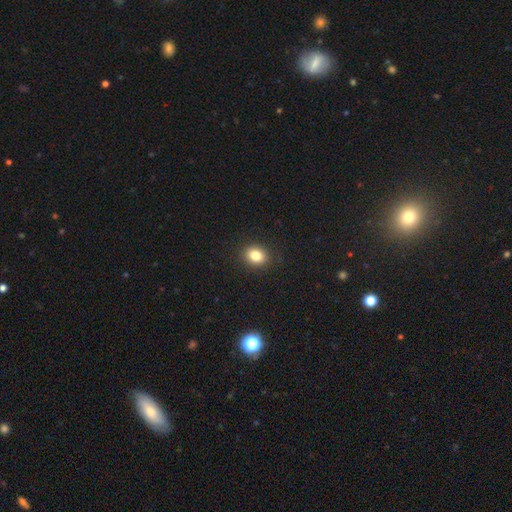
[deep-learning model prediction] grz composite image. It shows a smooth galaxy with no disk features (82%) that is round (50%). Merging: none (90%).